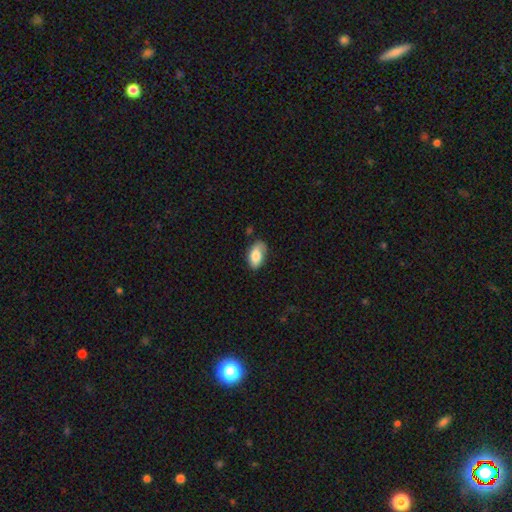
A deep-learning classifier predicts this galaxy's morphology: Smooth or featured? Predicted: smooth (p=0.78). How rounded? Predicted: in between (p=0.93). Merging? Predicted: none (p=0.61).